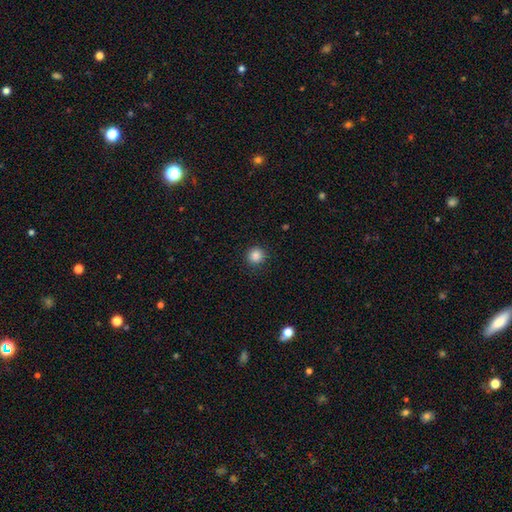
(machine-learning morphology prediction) Q: Smooth or featured?
A: smooth (86%); runner-up: star or artifact (10%)
Q: How rounded?
A: round (94%); runner-up: in between (5%)
Q: Merging?
A: none (91%); runner-up: minor disturbance (6%)